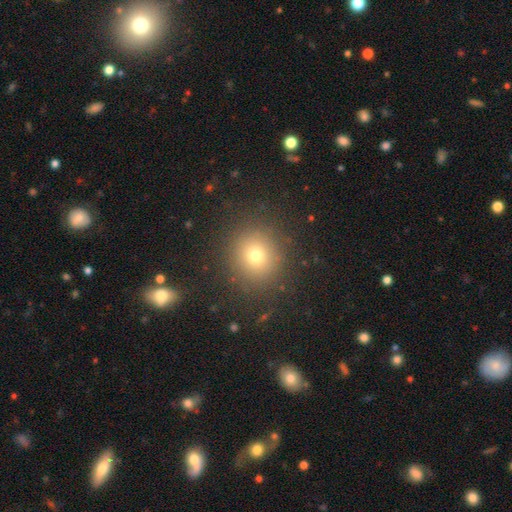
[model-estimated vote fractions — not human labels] A smooth galaxy with no disk features (74%) that is round (87%).

Vote fractions:
- Smooth or featured? smooth: 74% / star or artifact: 17% / featured or disk: 9%
- How rounded? round: 87% / in between: 12% / cigar-shaped: 1%
- Merging? none: 88% / minor disturbance: 7% / major disturbance: 4% / merger: 2%